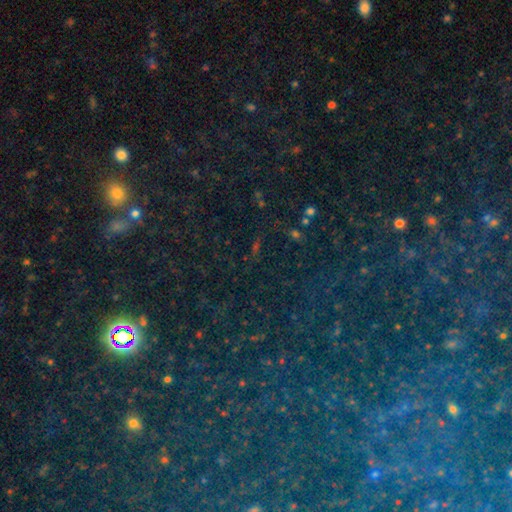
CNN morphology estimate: Smooth or featured? star or artifact (76%)